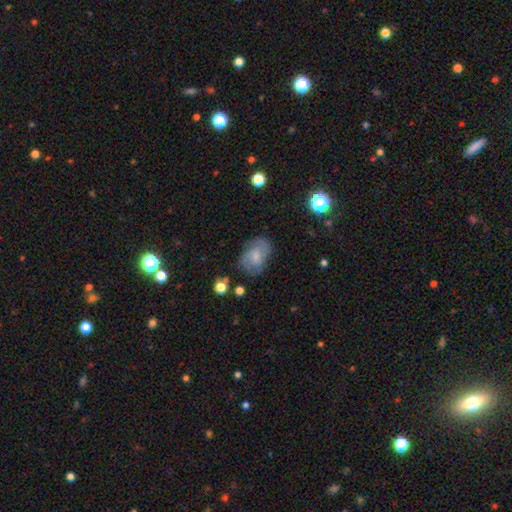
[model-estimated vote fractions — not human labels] A featured or disk galaxy (48%).

Vote fractions:
- Smooth or featured? featured or disk: 48% / smooth: 43% / star or artifact: 9%
- Merging? none: 67% / minor disturbance: 22% / major disturbance: 9% / merger: 2%